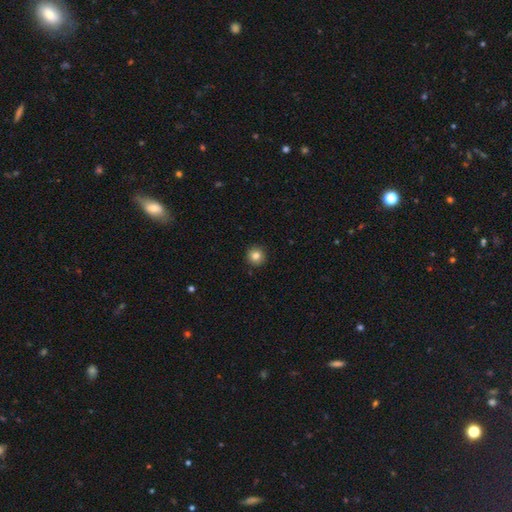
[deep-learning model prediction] smooth 84%, star or artifact 11%, featured or disk 6%. Down the decision tree: how rounded — round (95%); merging — none (92%).